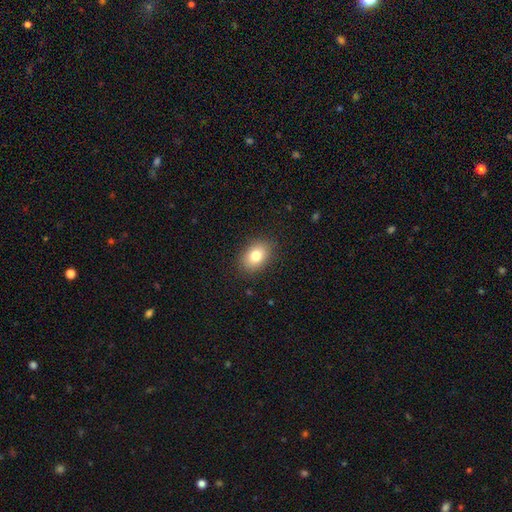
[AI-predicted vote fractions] smooth_or_featured: smooth (p=0.81) [alt: featured or disk p=0.10]
how_rounded: in between (p=0.79) [alt: round p=0.19]
merging: none (p=0.87) [alt: minor disturbance p=0.09]